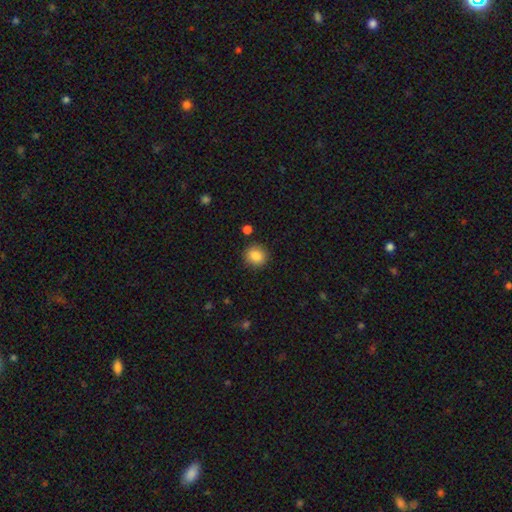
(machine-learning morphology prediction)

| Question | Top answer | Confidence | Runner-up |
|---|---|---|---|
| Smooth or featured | smooth | 87% | star or artifact (9%) |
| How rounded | round | 85% | in between (14%) |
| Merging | none | 88% | minor disturbance (7%) |